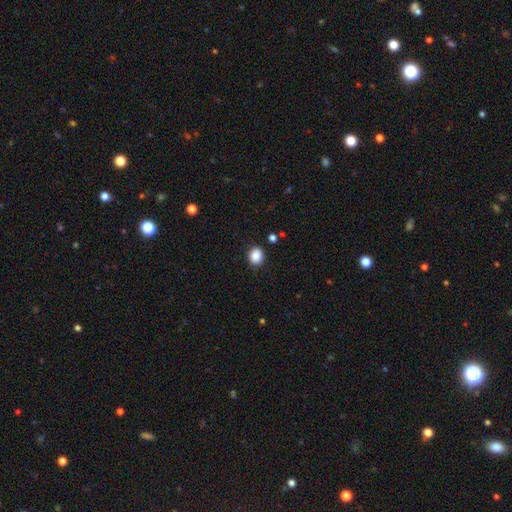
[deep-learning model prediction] Smooth or featured?
  - smooth: 88% *
  - star or artifact: 9%
  - featured or disk: 3%
How rounded?
  - round: 65% *
  - in between: 34%
  - cigar-shaped: 1%
Merging?
  - none: 88% *
  - minor disturbance: 8%
  - major disturbance: 2%
  - merger: 2%